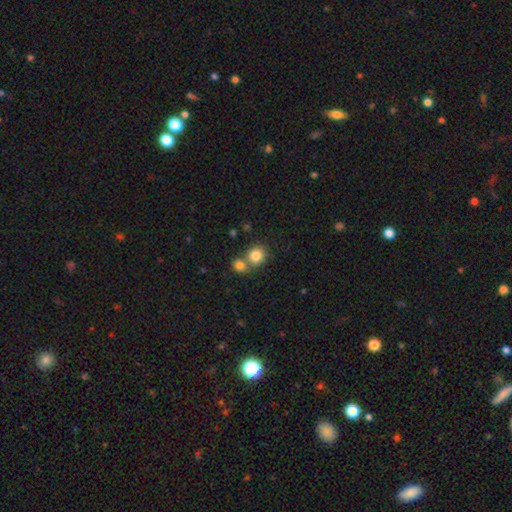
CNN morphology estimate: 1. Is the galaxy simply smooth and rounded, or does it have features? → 82% smooth, 10% star or artifact, 7% featured or disk.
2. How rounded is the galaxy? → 84% round, 15% in between, 1% cigar-shaped.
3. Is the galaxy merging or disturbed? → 51% none, 40% merger, 7% minor disturbance, 3% major disturbance.